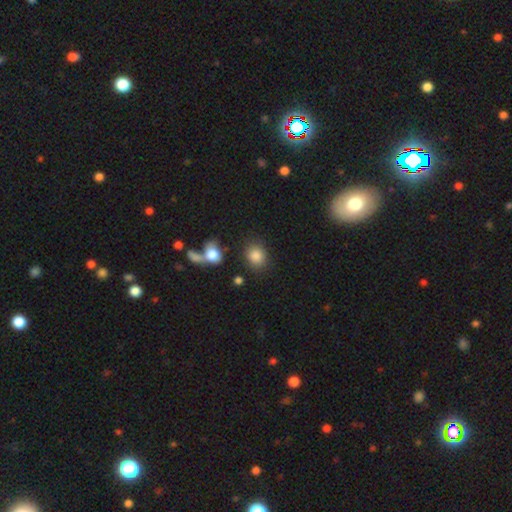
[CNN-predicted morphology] smooth 84%, star or artifact 9%, featured or disk 7%. Down the decision tree: how rounded — round (62%); merging — none (72%).